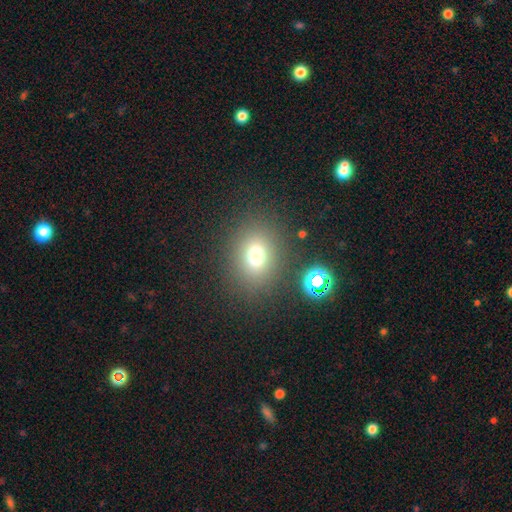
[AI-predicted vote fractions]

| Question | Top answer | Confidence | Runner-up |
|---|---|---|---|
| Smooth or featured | smooth | 72% | star or artifact (18%) |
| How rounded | round | 54% | in between (45%) |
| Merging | none | 82% | minor disturbance (9%) |